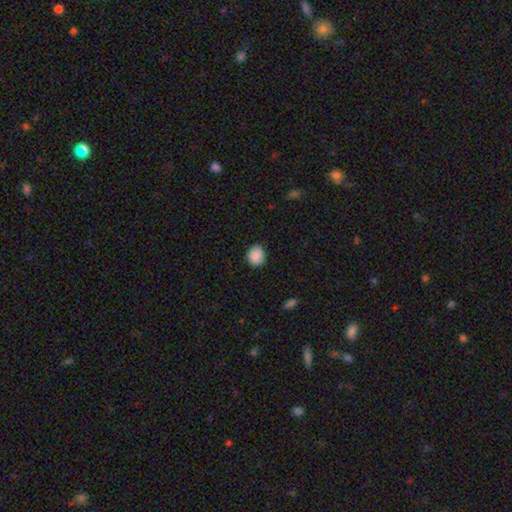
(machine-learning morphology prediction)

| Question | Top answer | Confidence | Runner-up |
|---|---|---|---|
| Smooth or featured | smooth | 89% | star or artifact (8%) |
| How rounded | round | 65% | in between (34%) |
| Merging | none | 84% | minor disturbance (12%) |